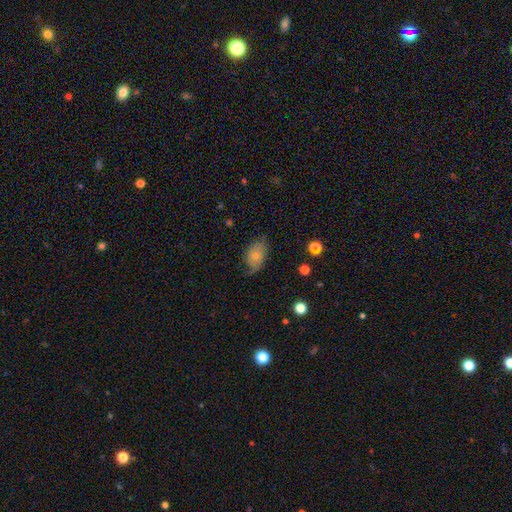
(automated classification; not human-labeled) Q: Smooth or featured?
A: smooth (71%); runner-up: featured or disk (21%)
Q: How rounded?
A: in between (89%); runner-up: round (9%)
Q: Merging?
A: none (57%); runner-up: minor disturbance (31%)